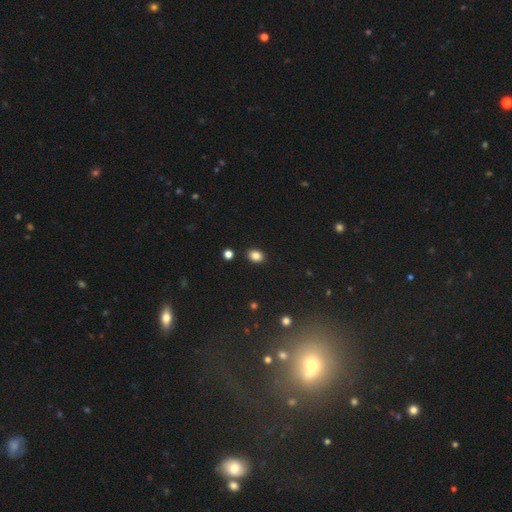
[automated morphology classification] smooth 84%, star or artifact 11%, featured or disk 5%. Down the decision tree: how rounded — in between (67%); merging — none (87%).